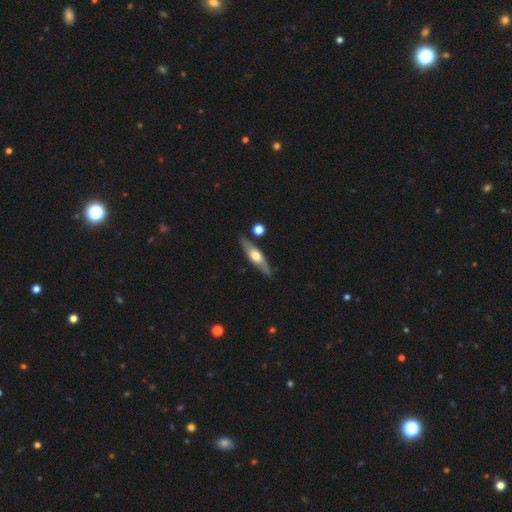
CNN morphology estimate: Smooth or featured? Predicted: featured or disk (p=0.61). Edge-on disk? Predicted: yes (p=0.82). Edge-on bulge? Predicted: rounded (p=0.90). Merging? Predicted: none (p=0.82).